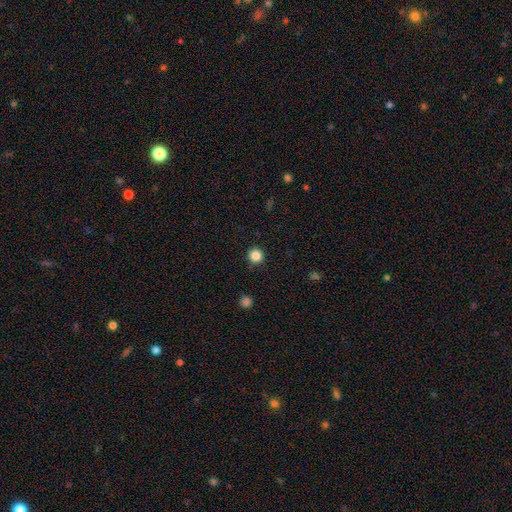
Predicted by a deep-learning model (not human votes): Smooth or featured? smooth (85%)
How rounded? round (94%)
Merging? none (89%)